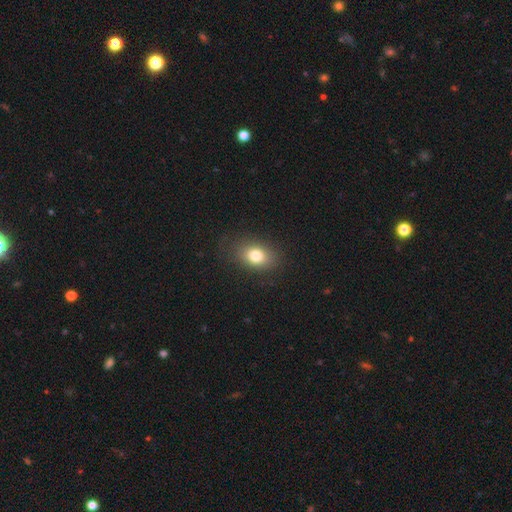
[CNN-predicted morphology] smooth_or_featured: smooth (p=0.79) [alt: star or artifact p=0.11]
how_rounded: in between (p=0.74) [alt: round p=0.25]
merging: none (p=0.83) [alt: minor disturbance p=0.12]